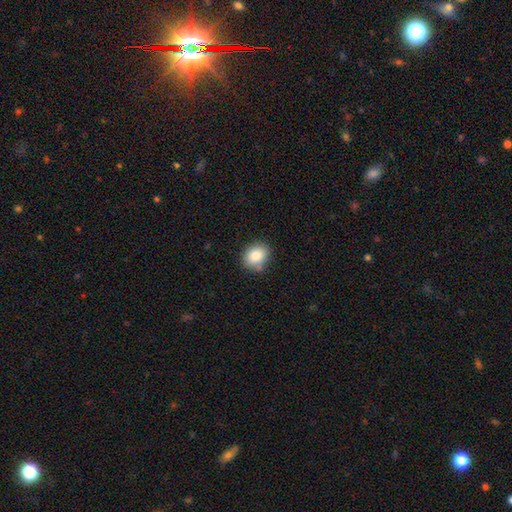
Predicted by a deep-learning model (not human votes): smooth_or_featured: smooth (p=0.84) [alt: star or artifact p=0.09]
how_rounded: in between (p=0.50) [alt: round p=0.49]
merging: none (p=0.78) [alt: minor disturbance p=0.15]